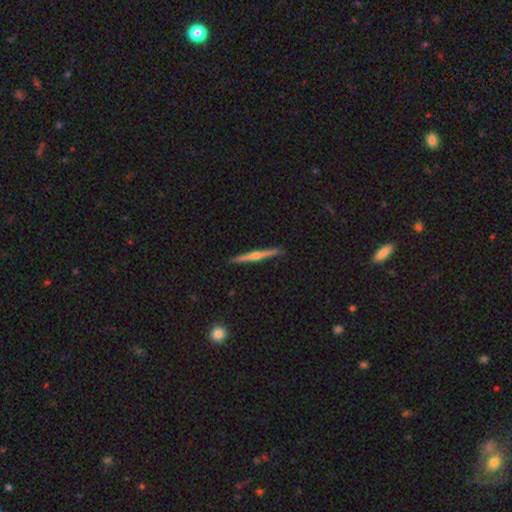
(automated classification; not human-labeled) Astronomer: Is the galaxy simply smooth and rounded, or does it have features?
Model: featured or disk — 74%.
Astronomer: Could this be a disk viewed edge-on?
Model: yes — 99%.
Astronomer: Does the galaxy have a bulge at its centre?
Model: rounded — 88%.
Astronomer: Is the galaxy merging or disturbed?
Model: none — 92%.